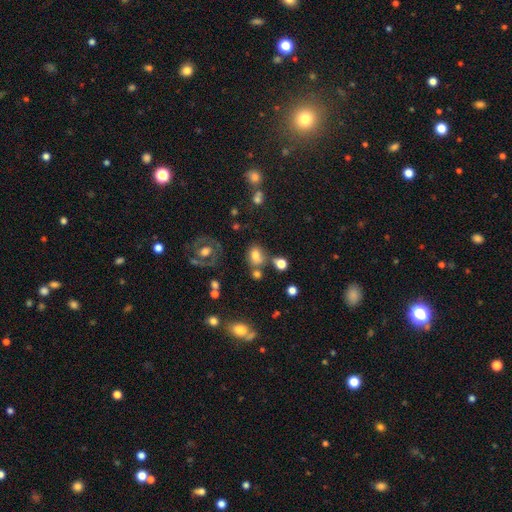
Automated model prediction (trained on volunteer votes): Smooth or featured? Predicted: smooth (p=0.74). How rounded? Predicted: in between (p=0.64). Merging? Predicted: none (p=0.57).